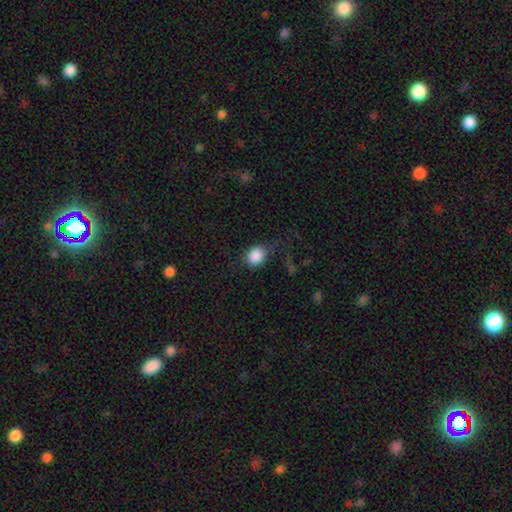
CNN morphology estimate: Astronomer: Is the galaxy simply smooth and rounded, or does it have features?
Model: smooth — 86%.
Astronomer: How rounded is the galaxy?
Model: round — 58% (runner-up: in between, 41%).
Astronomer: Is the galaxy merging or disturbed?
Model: none — 59%.